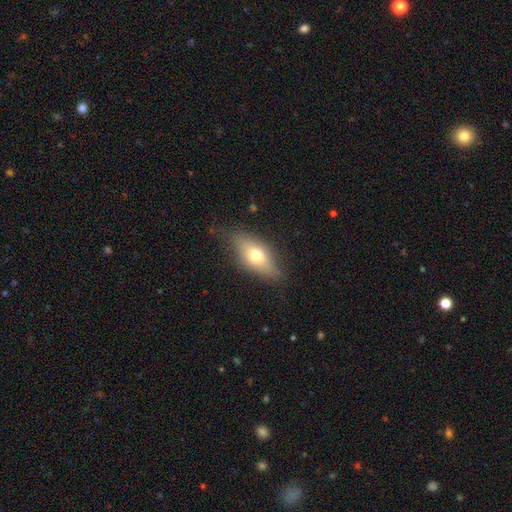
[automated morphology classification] smooth-or-featured: smooth: 65% | featured or disk: 27% | star or artifact: 8%
  how-rounded: in between: 81% | cigar-shaped: 12% | round: 7%
  merging: none: 71% | minor disturbance: 21% | major disturbance: 6% | merger: 1%